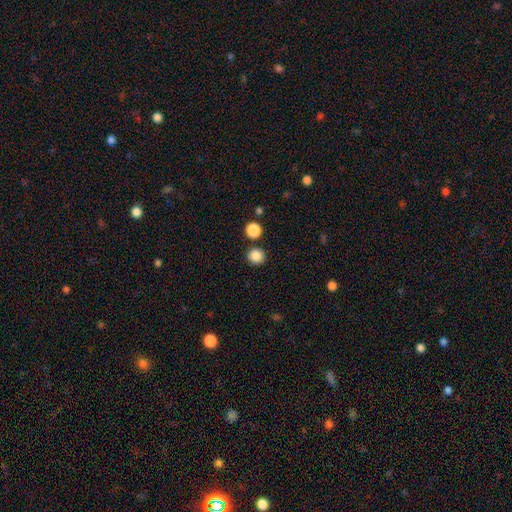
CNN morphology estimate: type=smooth (86%); roundness=round (93%); merging=none (88%).